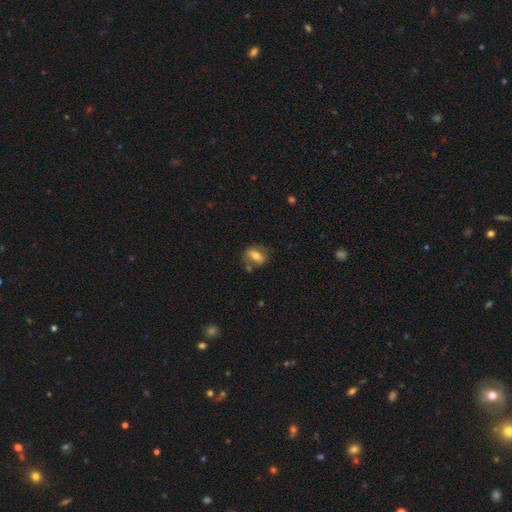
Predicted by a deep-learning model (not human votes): The model was most divided on "smooth or featured": smooth: 62%, featured or disk: 30%, star or artifact: 8%. More confident: how rounded — in between (73%); merging — none (67%).